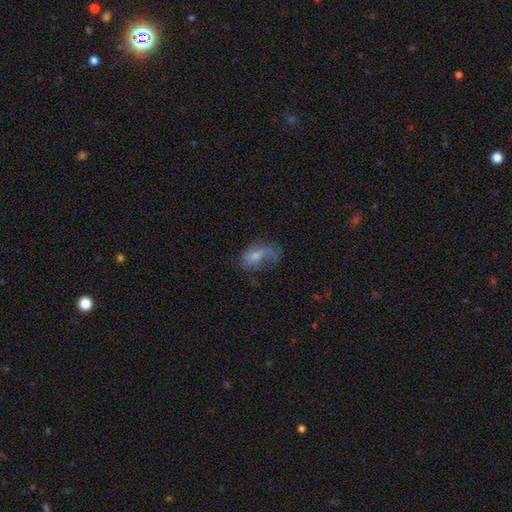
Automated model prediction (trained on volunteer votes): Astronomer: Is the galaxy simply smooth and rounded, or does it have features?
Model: featured or disk — 51% (runner-up: smooth, 37%).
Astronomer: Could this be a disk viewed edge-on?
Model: no — 93%.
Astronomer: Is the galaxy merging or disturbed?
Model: none — 40% (runner-up: major disturbance, 30%).